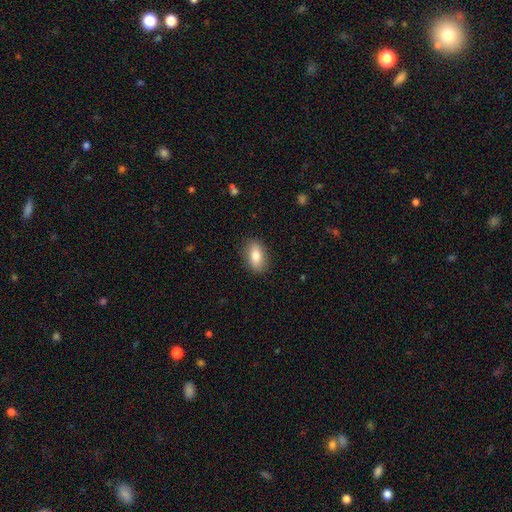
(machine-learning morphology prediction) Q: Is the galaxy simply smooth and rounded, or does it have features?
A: smooth — 81%.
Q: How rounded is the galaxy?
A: in between — 88%.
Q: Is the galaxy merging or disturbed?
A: none — 87%.